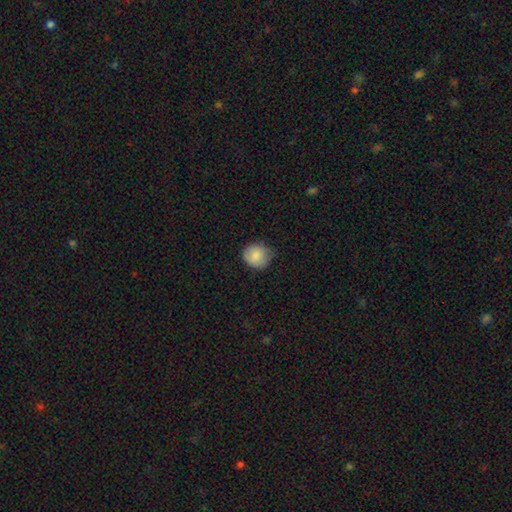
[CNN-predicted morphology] type=smooth (85%); roundness=round (84%); merging=none (68%).